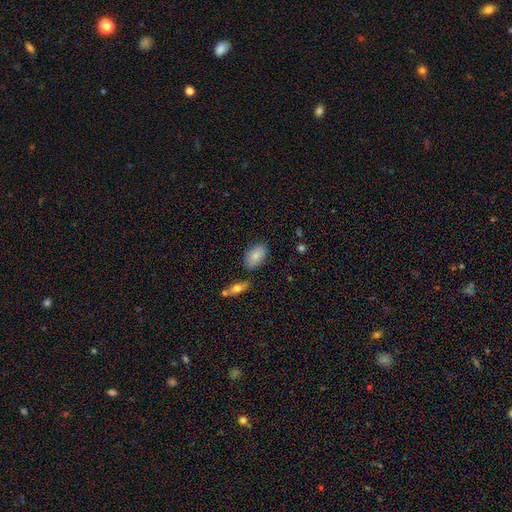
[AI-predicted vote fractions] The model was most divided on "merging": none: 77%, minor disturbance: 14%, merger: 5%, major disturbance: 3%. More confident: how rounded — in between (92%); smooth or featured — smooth (83%).